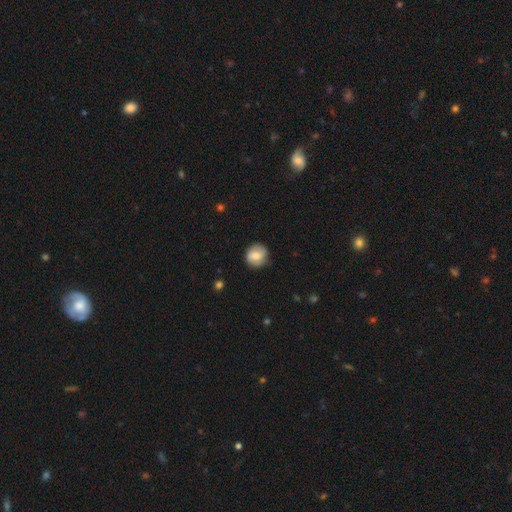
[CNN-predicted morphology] Smooth or featured? smooth (71%)
How rounded? round (88%)
Merging? none (85%)